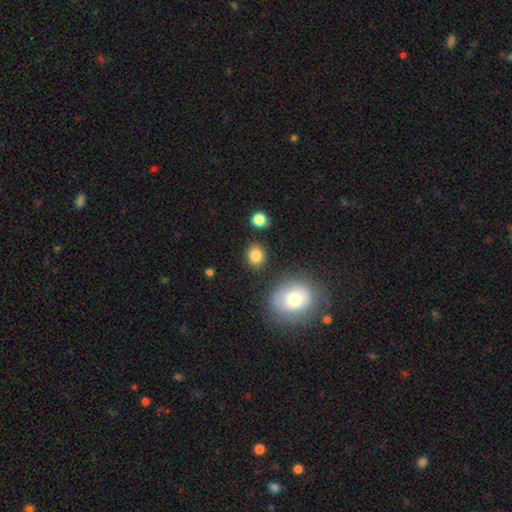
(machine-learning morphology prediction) Overall: smooth (85%). How rounded: round (71%). Merging: none (85%).